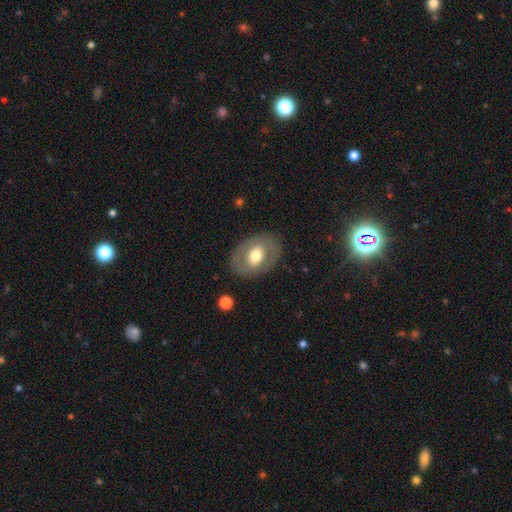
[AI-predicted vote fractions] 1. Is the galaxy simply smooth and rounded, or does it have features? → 51% smooth, 42% featured or disk, 6% star or artifact.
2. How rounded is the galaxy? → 71% in between, 28% round, 1% cigar-shaped.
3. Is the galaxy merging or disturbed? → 82% none, 11% minor disturbance, 5% major disturbance, 1% merger.